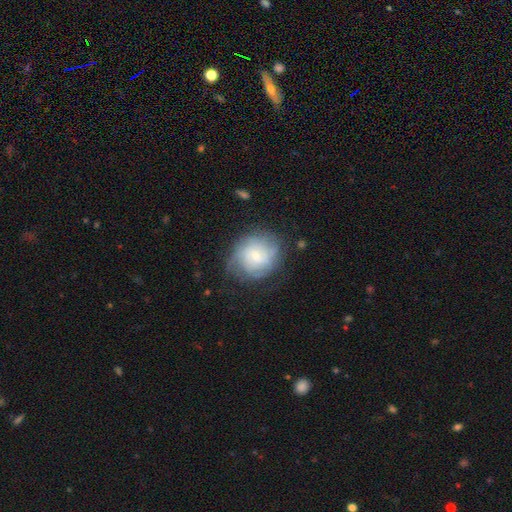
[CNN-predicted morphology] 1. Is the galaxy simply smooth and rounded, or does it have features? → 59% featured or disk, 33% smooth, 8% star or artifact.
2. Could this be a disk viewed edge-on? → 97% no, 3% yes.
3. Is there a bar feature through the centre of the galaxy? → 52% no, 42% weak, 6% strong.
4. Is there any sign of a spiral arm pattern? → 81% yes, 19% no.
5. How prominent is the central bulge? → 59% small, 34% moderate, 3% none, 3% large, 1% dominant.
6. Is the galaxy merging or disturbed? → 64% none, 23% minor disturbance, 12% major disturbance, 2% merger.